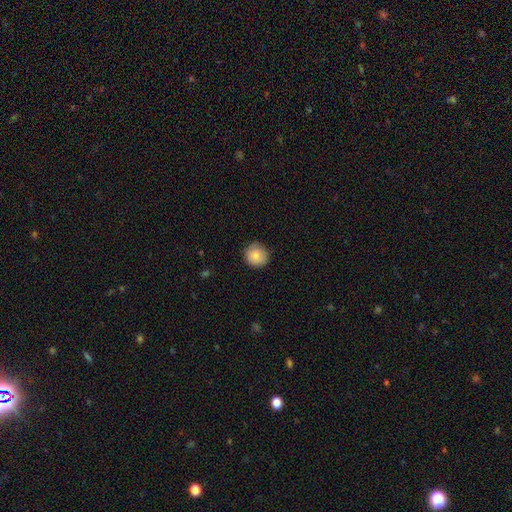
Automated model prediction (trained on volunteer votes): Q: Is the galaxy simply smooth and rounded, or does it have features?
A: smooth — 84%.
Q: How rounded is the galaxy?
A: round — 93%.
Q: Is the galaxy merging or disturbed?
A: none — 83%.